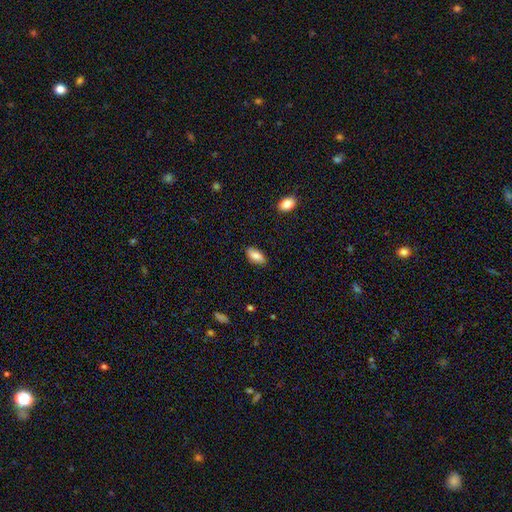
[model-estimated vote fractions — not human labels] smooth 80%, featured or disk 13%, star or artifact 7%. Down the decision tree: how rounded — in between (90%); merging — none (84%).